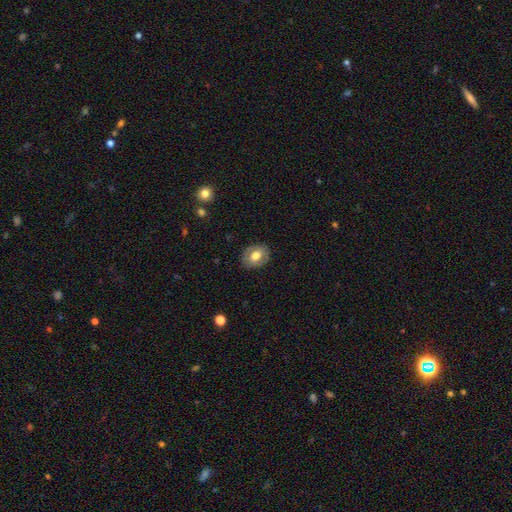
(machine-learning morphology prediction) This is possibly a smooth galaxy (57%). How rounded: likely in between (67%). Merging: clearly none (84%).